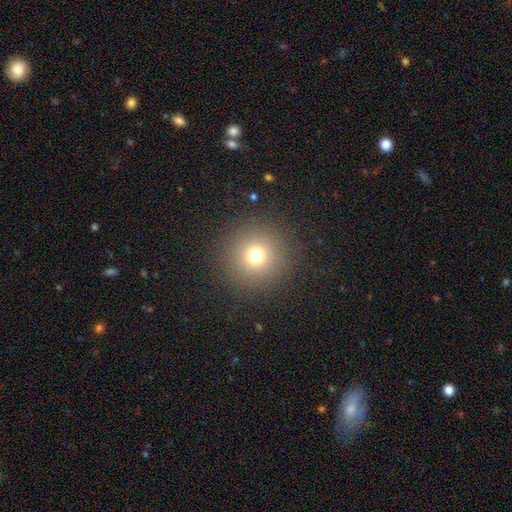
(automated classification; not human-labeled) Overall: smooth (73%). How rounded: round (96%). Merging: none (90%).